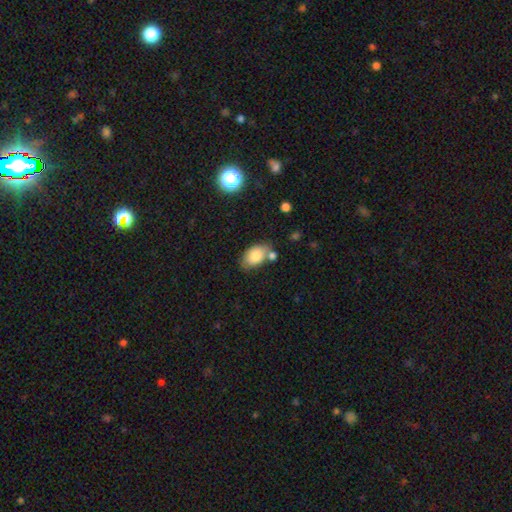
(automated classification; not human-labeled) A smooth galaxy with no disk features (82%) that is in between round and cigar-shaped (89%).

Vote fractions:
- Smooth or featured? smooth: 82% / featured or disk: 10% / star or artifact: 8%
- How rounded? in between: 89% / round: 9% / cigar-shaped: 1%
- Merging? none: 61% / minor disturbance: 19% / merger: 16% / major disturbance: 5%